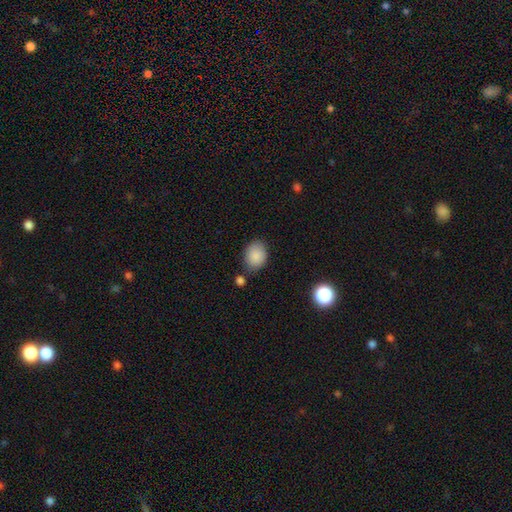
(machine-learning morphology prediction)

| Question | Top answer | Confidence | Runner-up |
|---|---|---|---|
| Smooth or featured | smooth | 88% | star or artifact (8%) |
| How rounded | in between | 58% | round (41%) |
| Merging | none | 73% | minor disturbance (17%) |